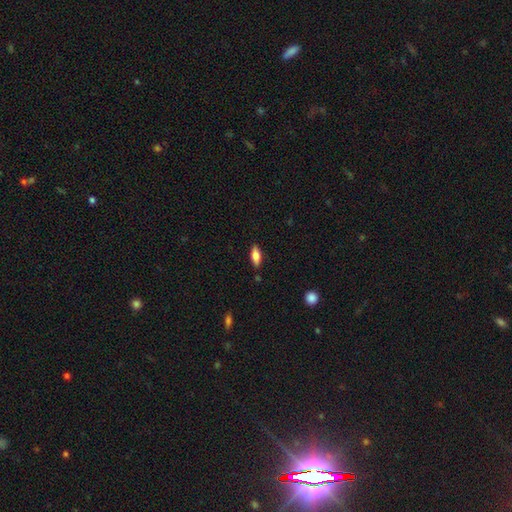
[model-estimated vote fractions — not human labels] A smooth galaxy with no disk features (72%) that is in between round and cigar-shaped (78%). Merging: none (86%).